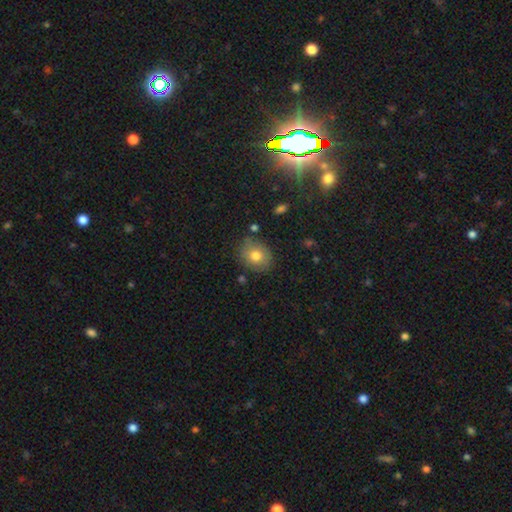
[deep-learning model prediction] smooth_or_featured: smooth (p=0.77) [alt: featured or disk p=0.14]
how_rounded: round (p=0.59) [alt: in between p=0.40]
merging: none (p=0.80) [alt: minor disturbance p=0.14]